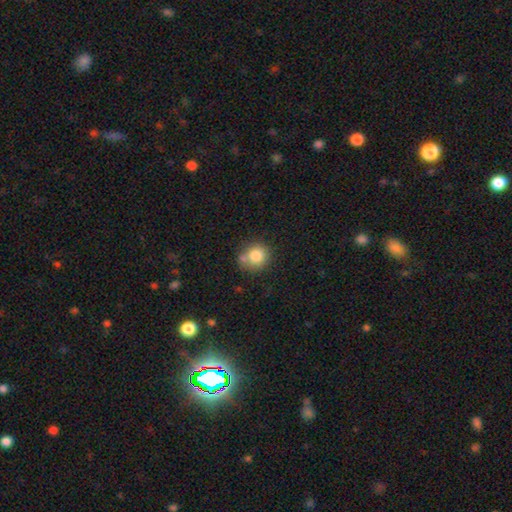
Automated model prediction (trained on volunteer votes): Smooth or featured?
  - smooth: 81% *
  - star or artifact: 10%
  - featured or disk: 9%
How rounded?
  - round: 84% *
  - in between: 15%
  - cigar-shaped: 1%
Merging?
  - none: 63% *
  - minor disturbance: 19%
  - merger: 13%
  - major disturbance: 5%